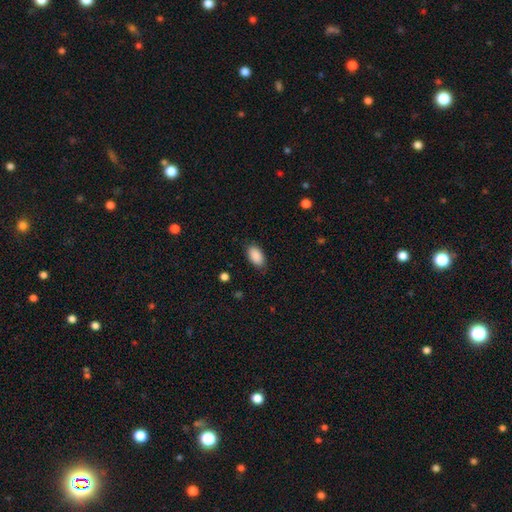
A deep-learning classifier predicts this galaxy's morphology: This appears to be a smooth galaxy with no disk features (90%) that is in between round and cigar-shaped (94%). Merging: none (83%).